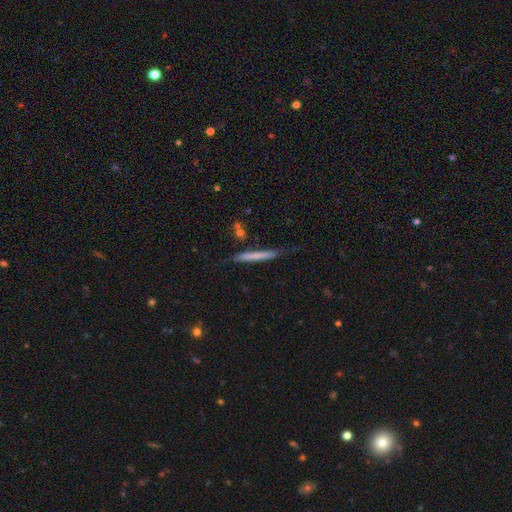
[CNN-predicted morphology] The model was most divided on "smooth or featured": smooth: 60%, featured or disk: 34%, star or artifact: 6%. More confident: how rounded — cigar-shaped (96%); merging — none (74%).